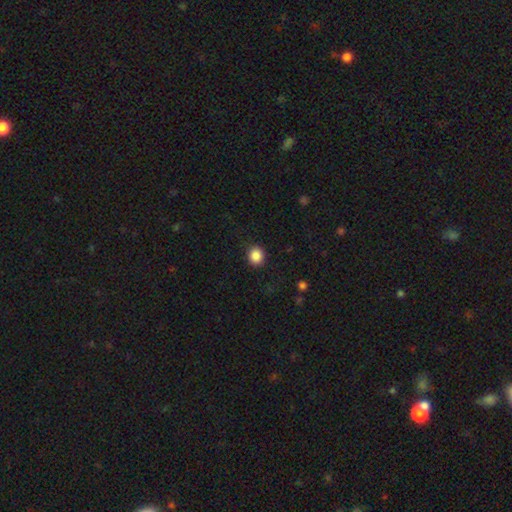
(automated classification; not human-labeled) smooth_or_featured: smooth (p=0.87) [alt: star or artifact p=0.09]
how_rounded: round (p=0.78) [alt: in between p=0.21]
merging: none (p=0.89) [alt: minor disturbance p=0.07]